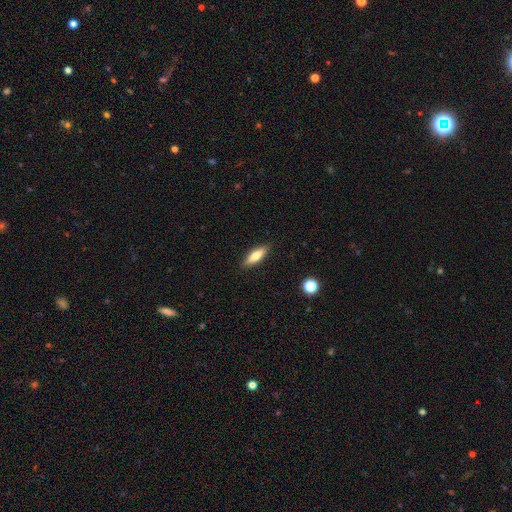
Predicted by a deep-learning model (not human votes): smooth_or_featured: smooth (p=0.71) [alt: featured or disk p=0.22]
how_rounded: in between (p=0.51) [alt: cigar-shaped p=0.47]
merging: none (p=0.88) [alt: minor disturbance p=0.09]